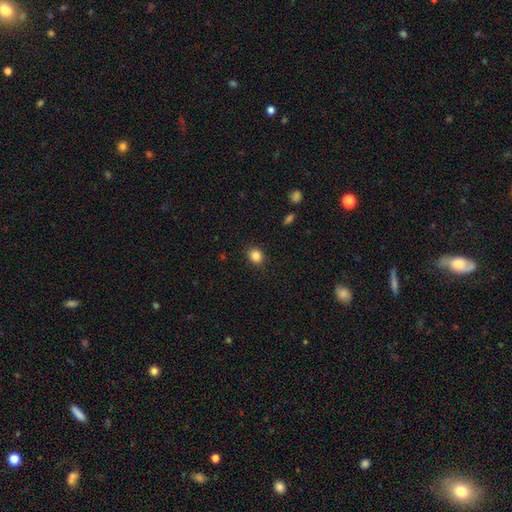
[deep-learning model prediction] Smooth or featured?
  - smooth: 86% *
  - star or artifact: 11%
  - featured or disk: 4%
How rounded?
  - round: 70% *
  - in between: 29%
  - cigar-shaped: 1%
Merging?
  - none: 88% *
  - minor disturbance: 9%
  - major disturbance: 2%
  - merger: 1%